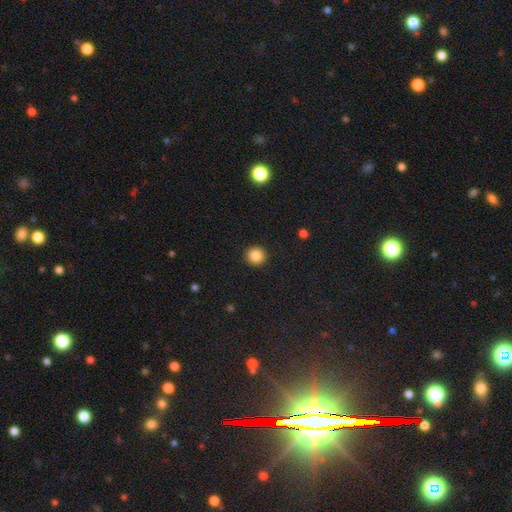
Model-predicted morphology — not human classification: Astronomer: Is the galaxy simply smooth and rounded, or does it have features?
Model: smooth — 85%.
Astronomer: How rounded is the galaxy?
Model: round — 94%.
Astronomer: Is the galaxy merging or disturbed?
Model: none — 93%.